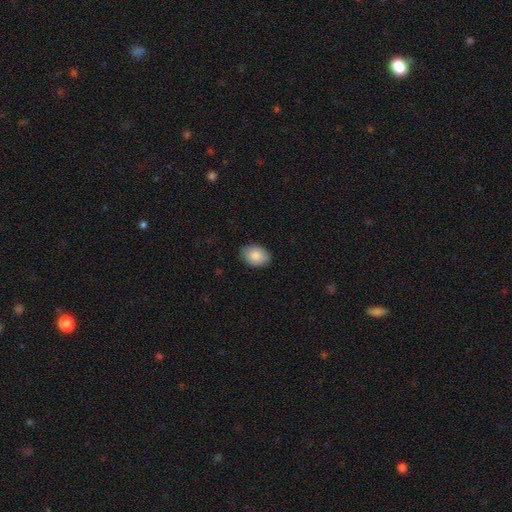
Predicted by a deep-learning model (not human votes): The model was most divided on "how rounded": in between: 75%, round: 24%, cigar-shaped: 1%. More confident: merging — none (86%); smooth or featured — smooth (86%).